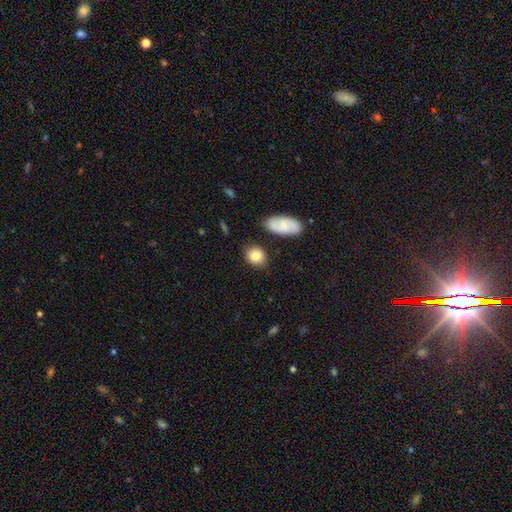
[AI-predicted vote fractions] This is clearly a smooth galaxy (84%). How rounded: possibly round (49%, tied with in between). Merging: likely none (78%).